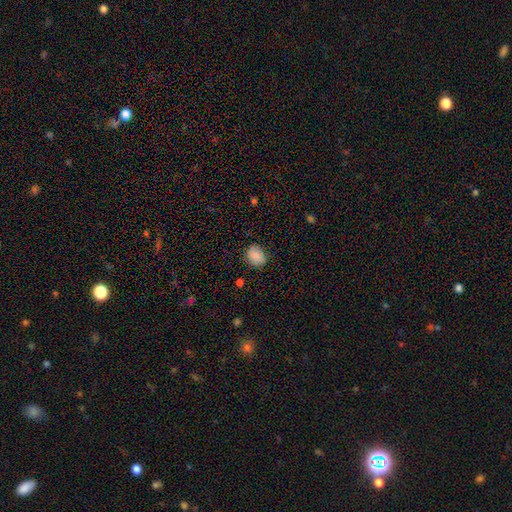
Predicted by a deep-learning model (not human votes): This appears to be a smooth galaxy with no disk features (85%) that is round (59%). Merging: none (80%).